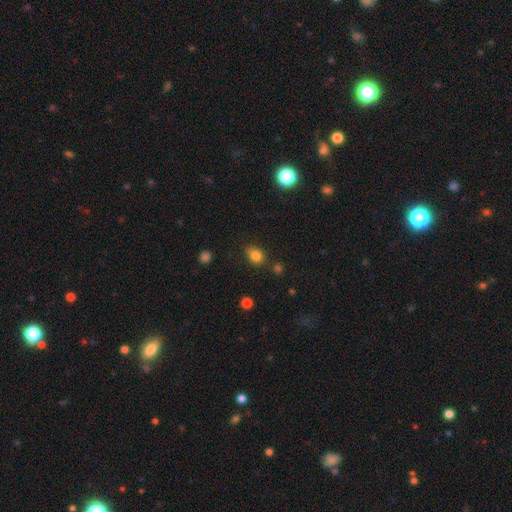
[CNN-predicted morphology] smooth_or_featured: smooth (p=0.81) [alt: star or artifact p=0.12]
how_rounded: in between (p=0.57) [alt: round p=0.42]
merging: none (p=0.73) [alt: minor disturbance p=0.18]